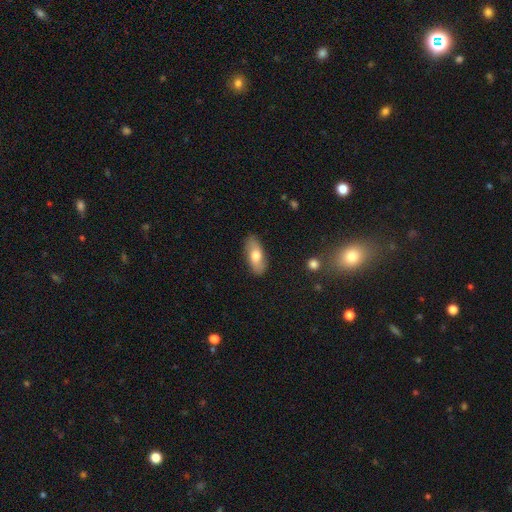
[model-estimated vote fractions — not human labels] Q: Smooth or featured?
A: smooth (66%); runner-up: featured or disk (28%)
Q: How rounded?
A: in between (83%); runner-up: cigar-shaped (14%)
Q: Merging?
A: none (84%); runner-up: minor disturbance (12%)